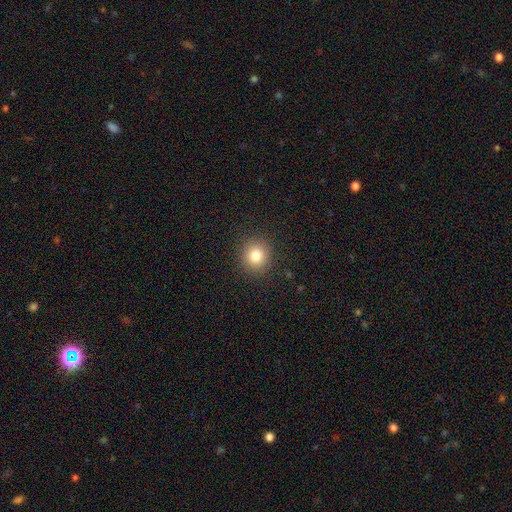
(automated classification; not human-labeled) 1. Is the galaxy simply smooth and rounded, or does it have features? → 80% smooth, 12% star or artifact, 7% featured or disk.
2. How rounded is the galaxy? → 89% round, 10% in between, 1% cigar-shaped.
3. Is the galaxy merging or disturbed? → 90% none, 6% minor disturbance, 2% major disturbance, 1% merger.